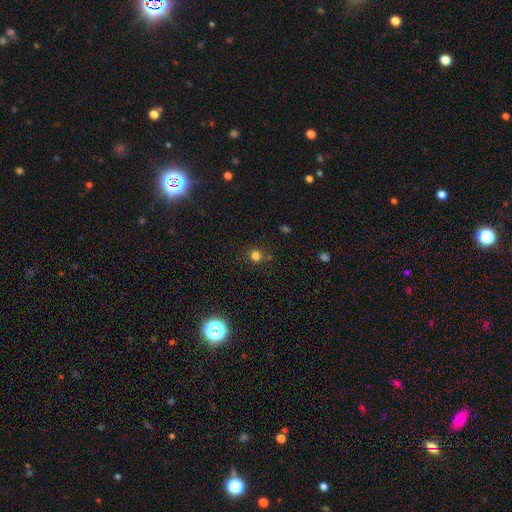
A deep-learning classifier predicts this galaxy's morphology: Smooth or featured? Predicted: smooth (p=0.76). How rounded? Predicted: round (p=0.92). Merging? Predicted: none (p=0.79).